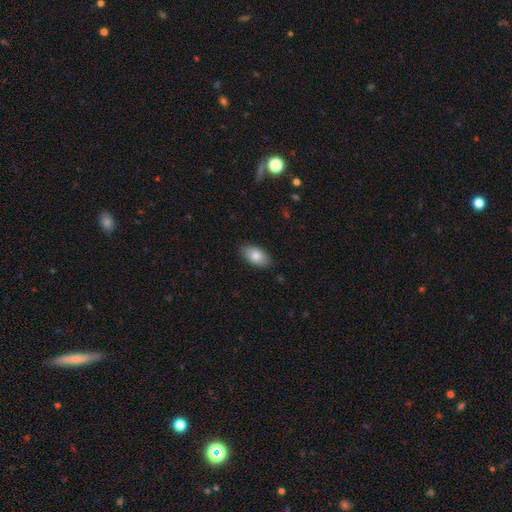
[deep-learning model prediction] Smooth or featured: smooth — 82% (featured or disk — 11%)
How rounded: in between — 93% (round — 5%)
Merging: none — 86% (minor disturbance — 11%)